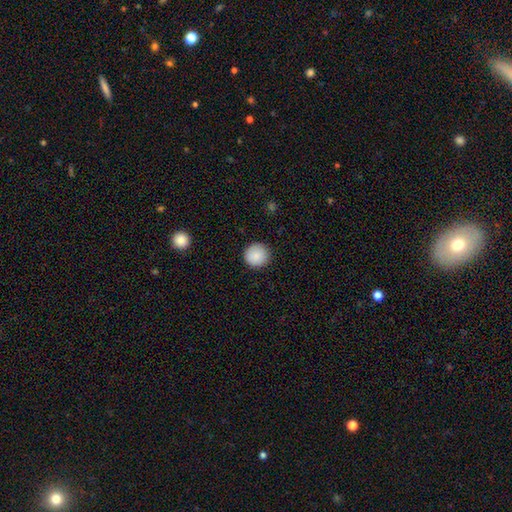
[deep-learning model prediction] Morphology: type=smooth (88%); roundness=round (95%); merging=none (92%).